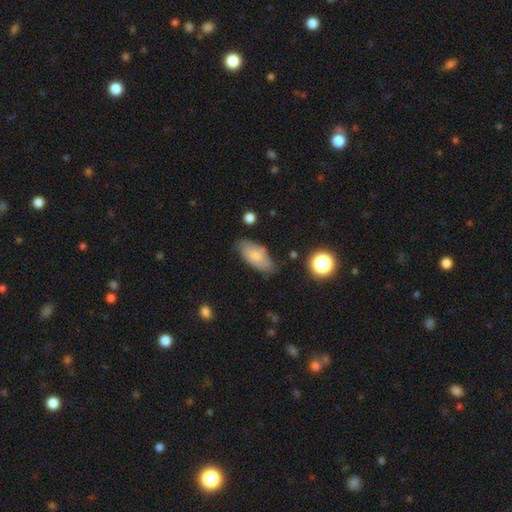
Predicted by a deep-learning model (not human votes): smooth 62%, featured or disk 31%, star or artifact 8%. Down the decision tree: how rounded — in between (91%); merging — none (67%).